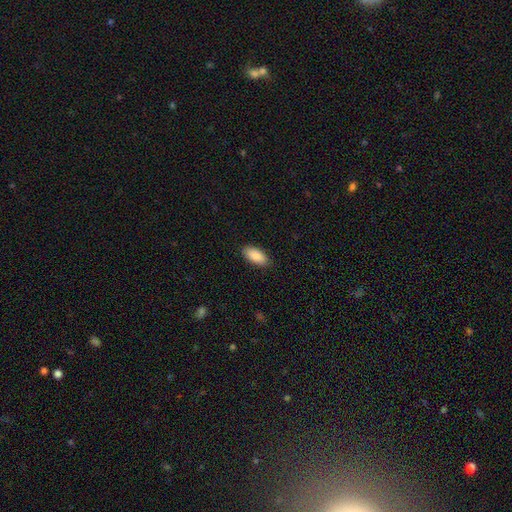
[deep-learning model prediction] This is clearly a smooth galaxy (89%). How rounded: clearly in between (92%). Merging: clearly none (89%).